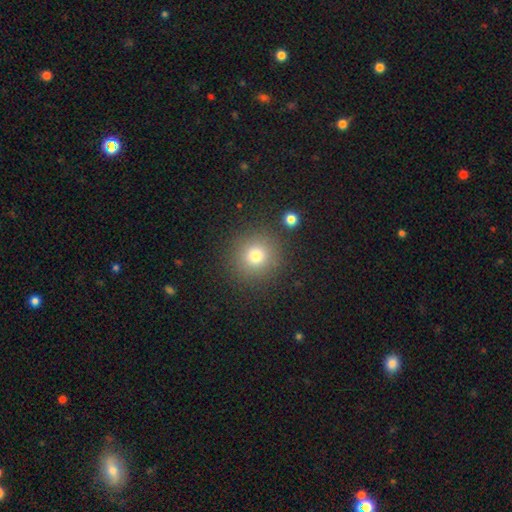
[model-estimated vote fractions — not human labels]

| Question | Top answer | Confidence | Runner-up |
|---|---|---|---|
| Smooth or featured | smooth | 75% | star or artifact (16%) |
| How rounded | round | 93% | in between (6%) |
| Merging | none | 86% | minor disturbance (7%) |